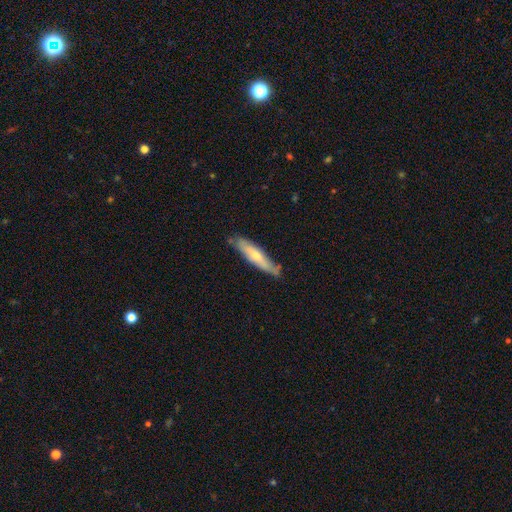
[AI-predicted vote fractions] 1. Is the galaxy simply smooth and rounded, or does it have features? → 54% smooth, 41% featured or disk, 5% star or artifact.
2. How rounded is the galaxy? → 81% cigar-shaped, 17% in between, 1% round.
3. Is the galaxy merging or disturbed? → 71% none, 22% minor disturbance, 4% major disturbance, 3% merger.